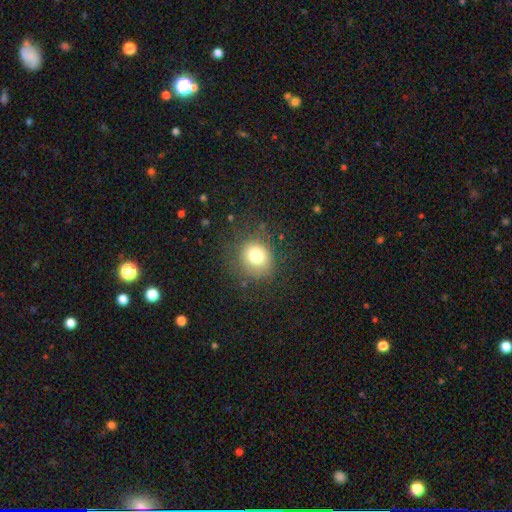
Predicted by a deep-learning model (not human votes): Overall: smooth (76%). How rounded: round (86%). Merging: none (77%).